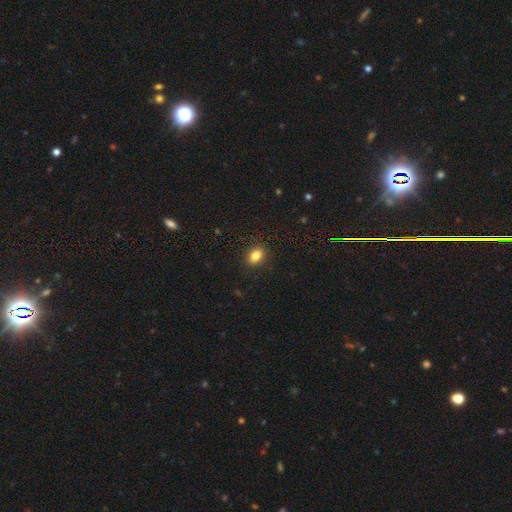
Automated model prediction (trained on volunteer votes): A smooth galaxy with no disk features (84%) that is in between round and cigar-shaped (72%).

Vote fractions:
- Smooth or featured? smooth: 84% / star or artifact: 10% / featured or disk: 6%
- How rounded? in between: 72% / round: 26% / cigar-shaped: 1%
- Merging? none: 89% / minor disturbance: 8% / major disturbance: 2% / merger: 1%